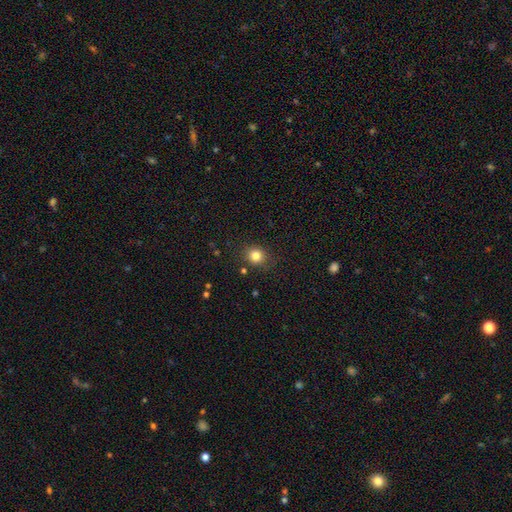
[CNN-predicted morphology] The model was most divided on "how rounded": round: 81%, in between: 18%, cigar-shaped: 1%. More confident: merging — none (86%); smooth or featured — smooth (82%).